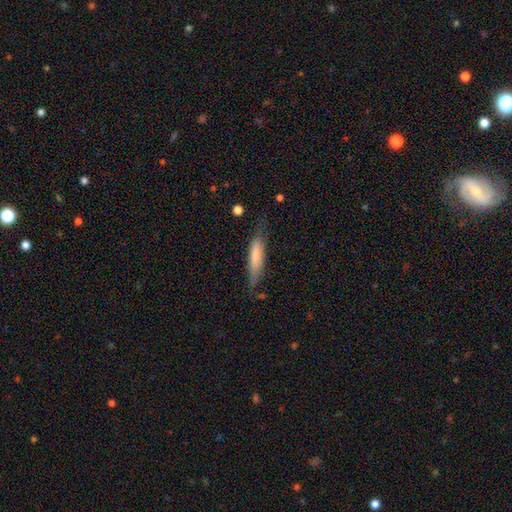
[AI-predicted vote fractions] The model was most divided on "merging": none: 66%, minor disturbance: 25%, major disturbance: 7%, merger: 2%. More confident: how rounded — cigar-shaped (79%); smooth or featured — smooth (70%).